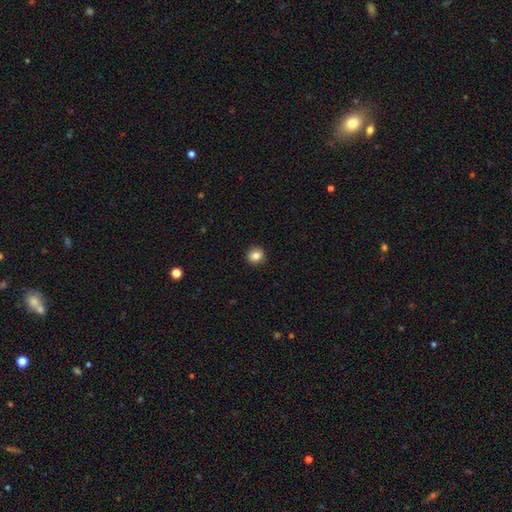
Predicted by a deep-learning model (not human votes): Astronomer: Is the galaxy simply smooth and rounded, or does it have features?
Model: smooth — 85%.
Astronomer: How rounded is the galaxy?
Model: round — 83%.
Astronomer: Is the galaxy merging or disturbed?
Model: none — 92%.